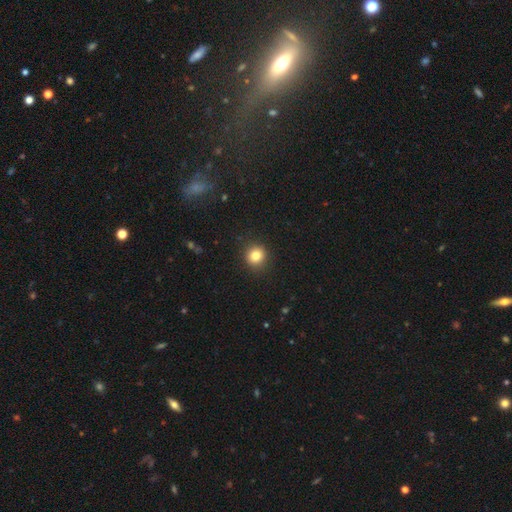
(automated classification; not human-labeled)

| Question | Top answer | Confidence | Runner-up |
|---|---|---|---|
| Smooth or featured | smooth | 83% | star or artifact (12%) |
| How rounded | round | 89% | in between (10%) |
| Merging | none | 90% | minor disturbance (7%) |